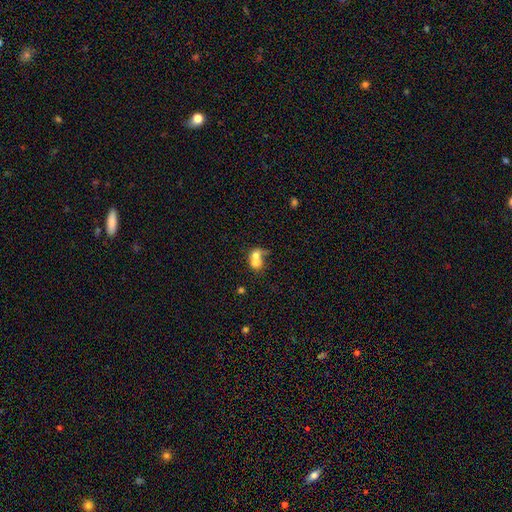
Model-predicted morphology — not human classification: Smooth or featured? Predicted: smooth (p=0.66). How rounded? Predicted: round (p=0.54). Merging? Predicted: merger (p=0.72).